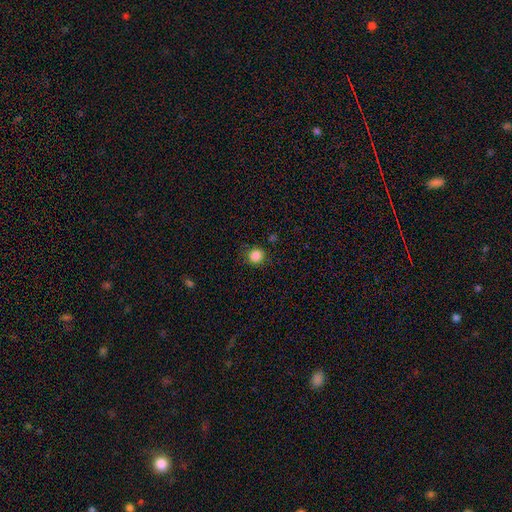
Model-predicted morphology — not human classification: A smooth galaxy with no disk features (86%) that is round (89%).

Vote fractions:
- Smooth or featured? smooth: 86% / star or artifact: 11% / featured or disk: 4%
- How rounded? round: 89% / in between: 10% / cigar-shaped: 1%
- Merging? none: 83% / minor disturbance: 12% / major disturbance: 3% / merger: 2%